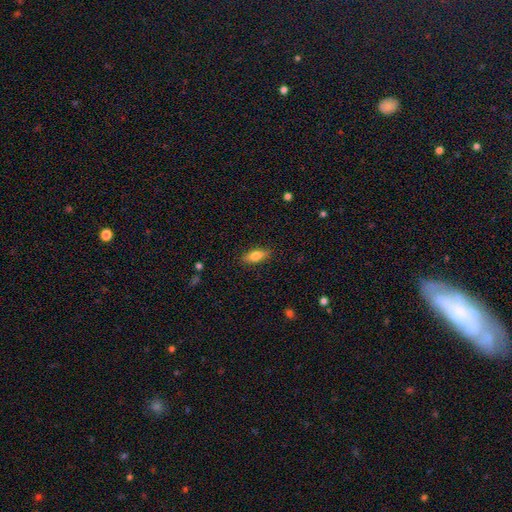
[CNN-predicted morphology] The model was most divided on "how rounded": in between: 72%, cigar-shaped: 24%, round: 3%. More confident: merging — none (87%); smooth or featured — smooth (73%).